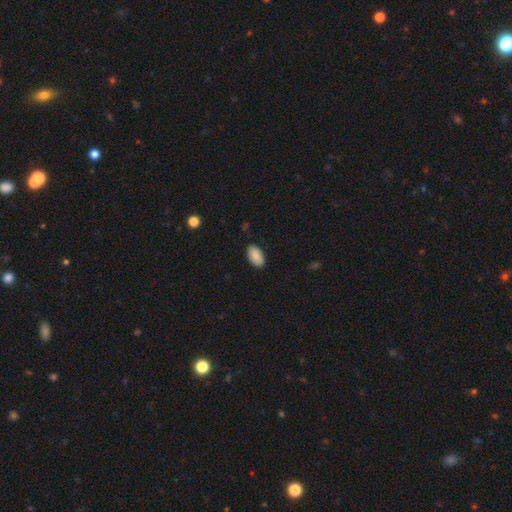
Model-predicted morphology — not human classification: Q: Smooth or featured?
A: smooth (89%); runner-up: star or artifact (7%)
Q: How rounded?
A: in between (95%); runner-up: round (3%)
Q: Merging?
A: none (88%); runner-up: minor disturbance (9%)